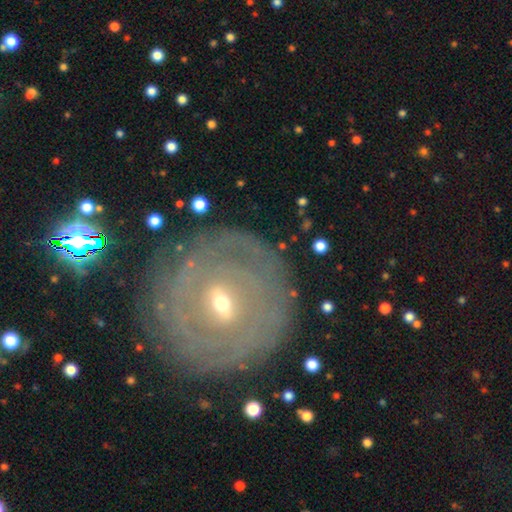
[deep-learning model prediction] Q: Smooth or featured?
A: featured or disk (71%); runner-up: smooth (18%)
Q: Edge-on disk?
A: no (94%); runner-up: yes (6%)
Q: Bar?
A: weak (48%); runner-up: no (30%)
Q: Spiral arms?
A: yes (70%); runner-up: no (30%)
Q: Bulge size?
A: small (61%); runner-up: moderate (35%)
Q: Merging?
A: none (85%); runner-up: minor disturbance (9%)